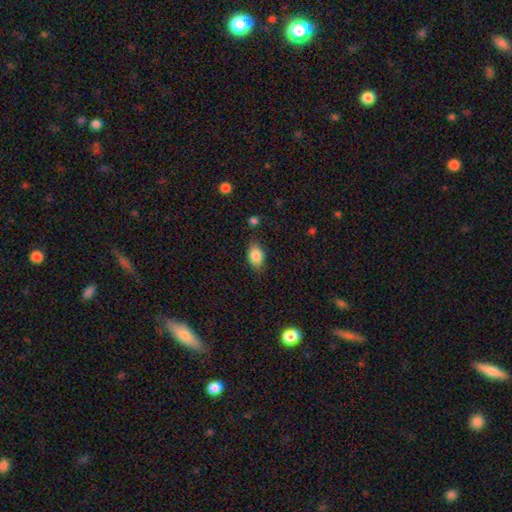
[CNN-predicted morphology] A smooth galaxy with no disk features (85%) that is in between round and cigar-shaped (83%).

Vote fractions:
- Smooth or featured? smooth: 85% / star or artifact: 8% / featured or disk: 7%
- How rounded? in between: 83% / round: 15% / cigar-shaped: 2%
- Merging? none: 76% / minor disturbance: 17% / major disturbance: 4% / merger: 2%